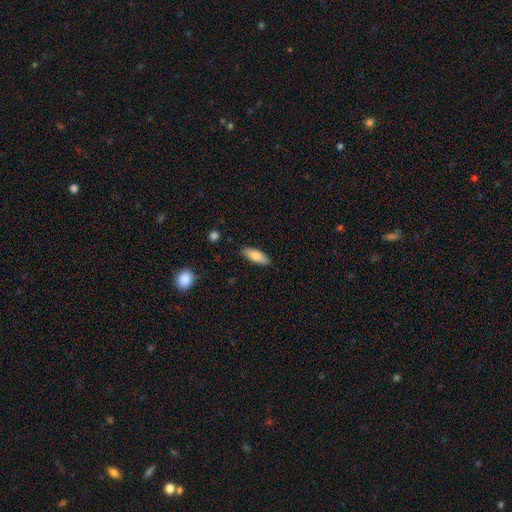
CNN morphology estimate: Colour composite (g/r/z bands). It shows a smooth galaxy with no disk features (81%) that is in between round and cigar-shaped (68%). Merging: none (86%).